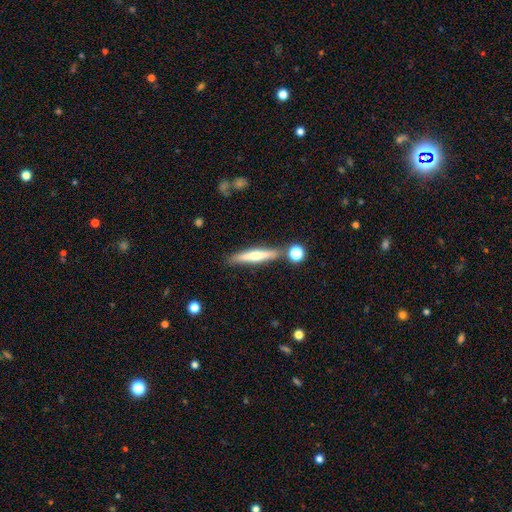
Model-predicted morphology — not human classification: A smooth galaxy with no disk features (55%) that is cigar-shaped (91%).

Vote fractions:
- Smooth or featured? smooth: 55% / featured or disk: 39% / star or artifact: 7%
- How rounded? cigar-shaped: 91% / in between: 7% / round: 2%
- Merging? none: 78% / minor disturbance: 11% / merger: 8% / major disturbance: 3%